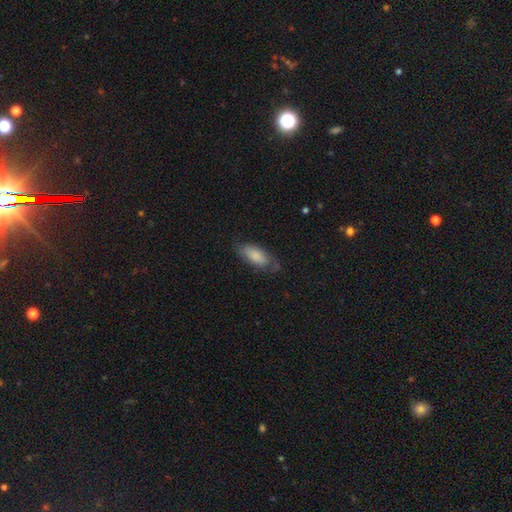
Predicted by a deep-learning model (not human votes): smooth 78%, featured or disk 16%, star or artifact 6%. Down the decision tree: how rounded — in between (84%); merging — none (64%).